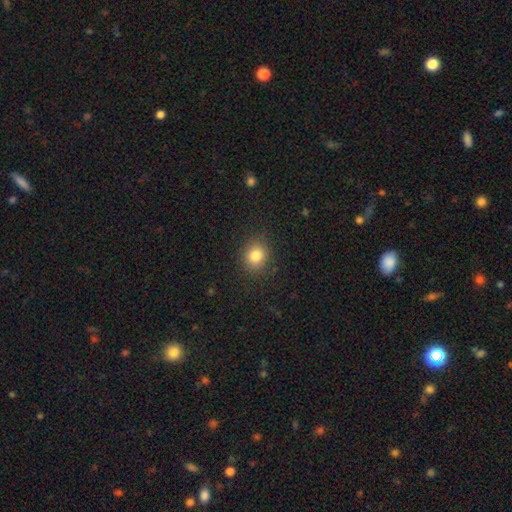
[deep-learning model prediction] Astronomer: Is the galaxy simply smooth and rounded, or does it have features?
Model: smooth — 82%.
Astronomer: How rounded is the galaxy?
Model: round — 76%.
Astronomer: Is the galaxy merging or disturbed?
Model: none — 87%.